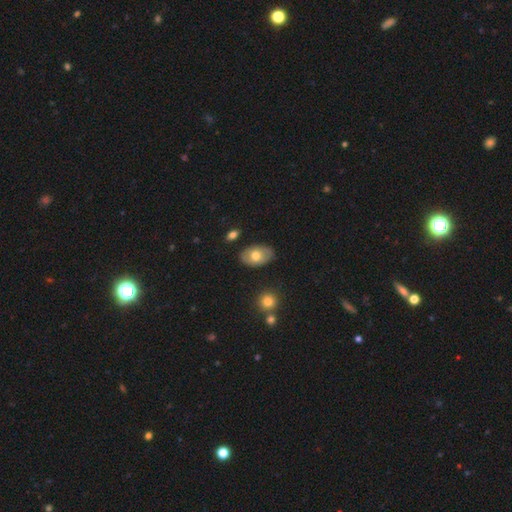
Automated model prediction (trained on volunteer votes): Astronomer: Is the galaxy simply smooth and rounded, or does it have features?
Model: smooth — 67%.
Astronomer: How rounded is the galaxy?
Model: in between — 89%.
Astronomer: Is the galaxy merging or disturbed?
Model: none — 81%.